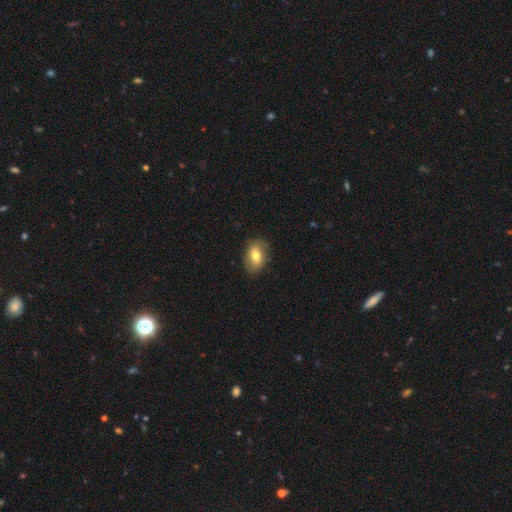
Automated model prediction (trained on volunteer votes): This appears to be a smooth galaxy with no disk features (63%) that is in between round and cigar-shaped (80%). Merging: none (79%).